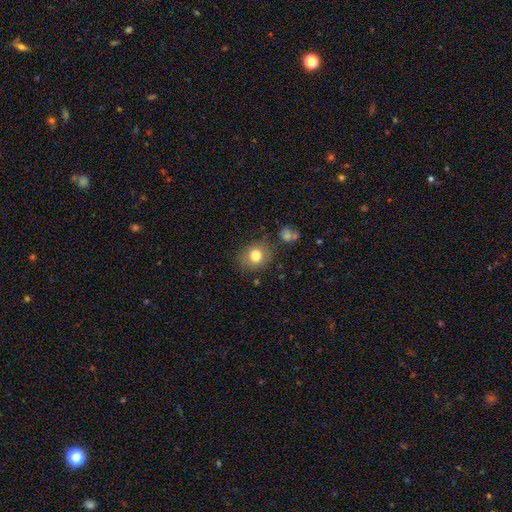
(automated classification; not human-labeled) This appears to be a smooth galaxy with no disk features (80%) that is round (71%). Merging: none (78%).